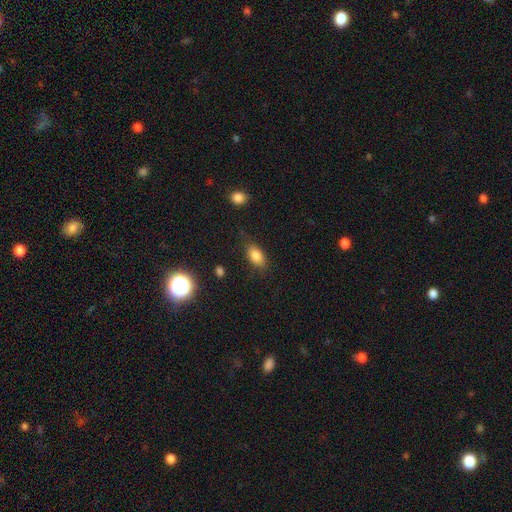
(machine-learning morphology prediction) Overall: smooth (82%). How rounded: in between (87%). Merging: none (77%).